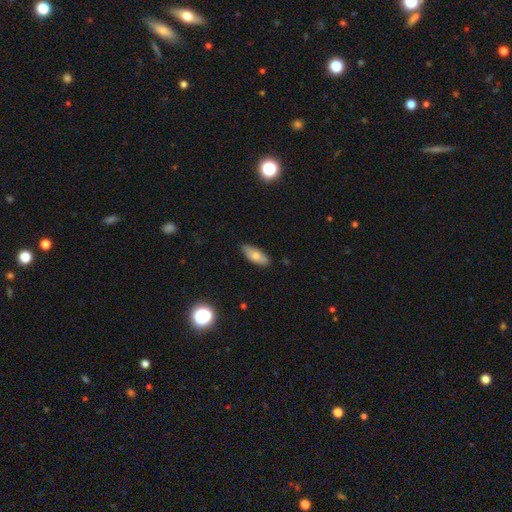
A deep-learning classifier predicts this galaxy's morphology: The model was most divided on "how rounded": in between: 77%, cigar-shaped: 20%, round: 3%. More confident: merging — none (81%); smooth or featured — smooth (75%).